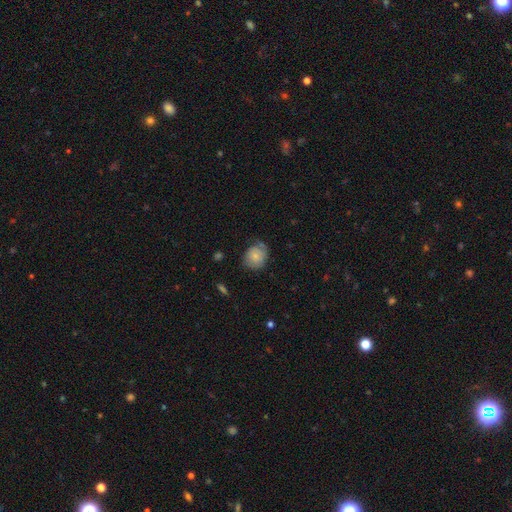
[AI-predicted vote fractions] A smooth galaxy with no disk features (69%) that is round (68%). Merging: none (56%).